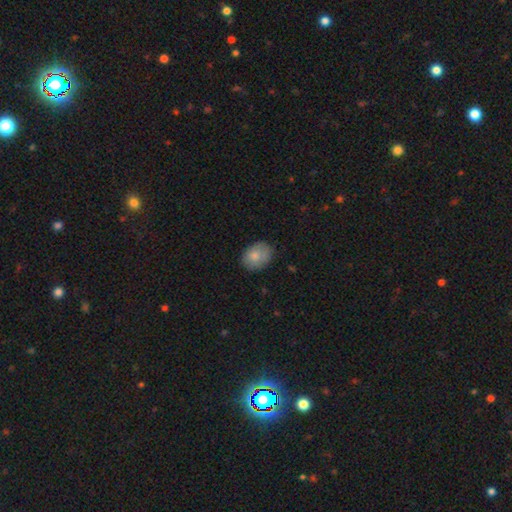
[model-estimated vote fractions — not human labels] smooth 82%, featured or disk 11%, star or artifact 7%. Down the decision tree: how rounded — in between (65%); merging — none (80%).